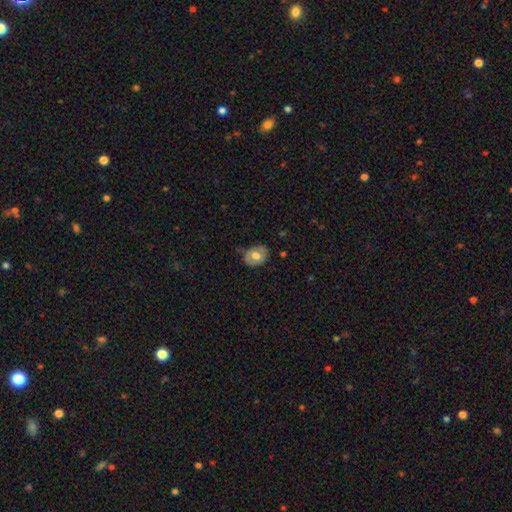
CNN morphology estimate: smooth_or_featured: smooth (p=0.63) [alt: featured or disk p=0.30]
how_rounded: in between (p=0.65) [alt: round p=0.34]
merging: none (p=0.71) [alt: minor disturbance p=0.22]